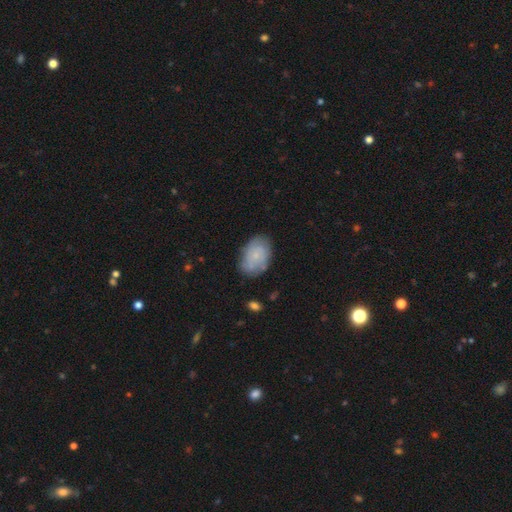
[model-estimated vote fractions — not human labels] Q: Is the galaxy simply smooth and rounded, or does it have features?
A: smooth — 56%.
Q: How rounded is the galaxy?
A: in between — 86%.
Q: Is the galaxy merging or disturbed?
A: none — 72%.